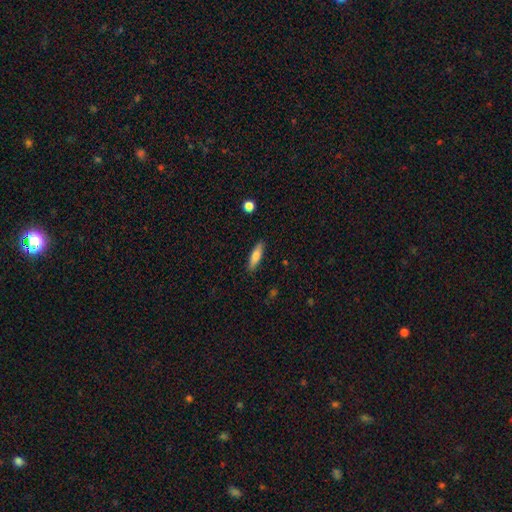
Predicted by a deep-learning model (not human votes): A smooth galaxy with no disk features (69%) that is cigar-shaped (65%). Merging: none (88%).